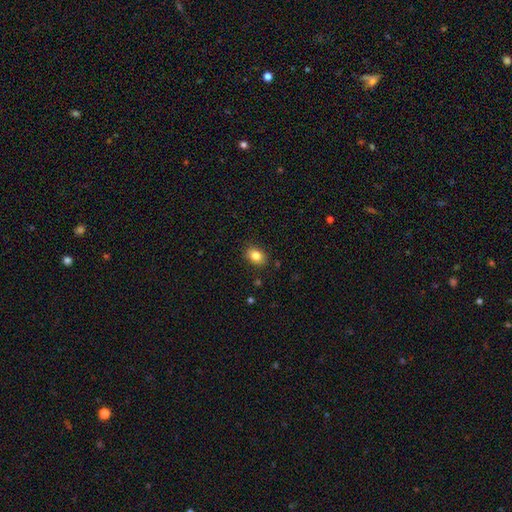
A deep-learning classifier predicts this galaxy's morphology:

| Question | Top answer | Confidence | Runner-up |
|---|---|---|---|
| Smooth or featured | smooth | 84% | star or artifact (9%) |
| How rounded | in between | 76% | round (23%) |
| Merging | none | 87% | minor disturbance (10%) |